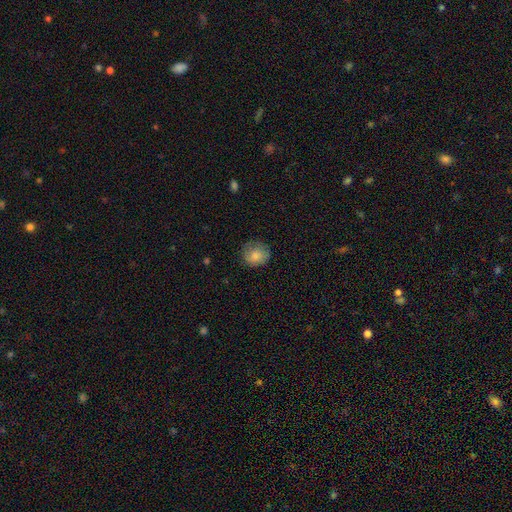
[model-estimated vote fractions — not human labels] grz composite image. It shows a smooth galaxy with no disk features (82%) that is round (81%). Merging: none (76%).